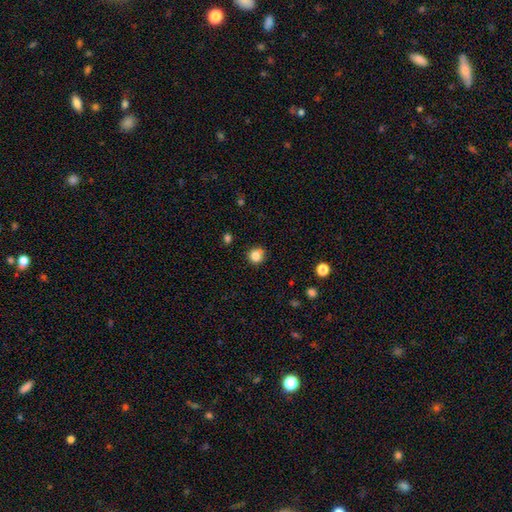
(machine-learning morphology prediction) smooth_or_featured: smooth (p=0.82) [alt: star or artifact p=0.12]
how_rounded: round (p=0.90) [alt: in between p=0.09]
merging: none (p=0.73) [alt: minor disturbance p=0.14]